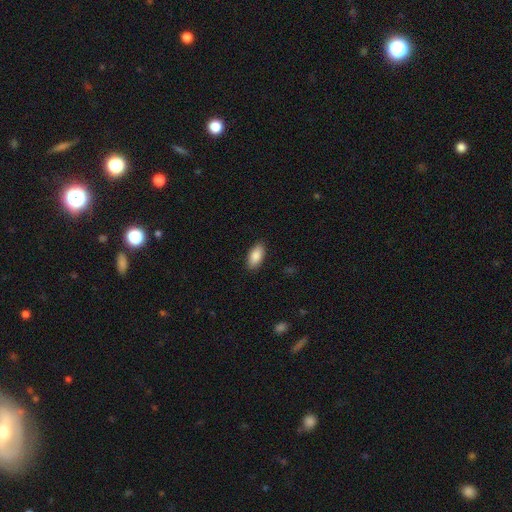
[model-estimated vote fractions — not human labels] Morphology: type=smooth (87%); roundness=in between (92%); merging=none (89%).